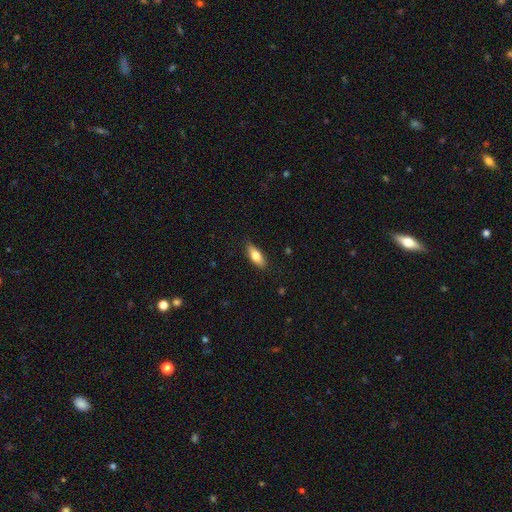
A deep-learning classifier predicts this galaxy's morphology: A smooth galaxy with no disk features (74%) that is in between round and cigar-shaped (74%). Merging: none (84%).